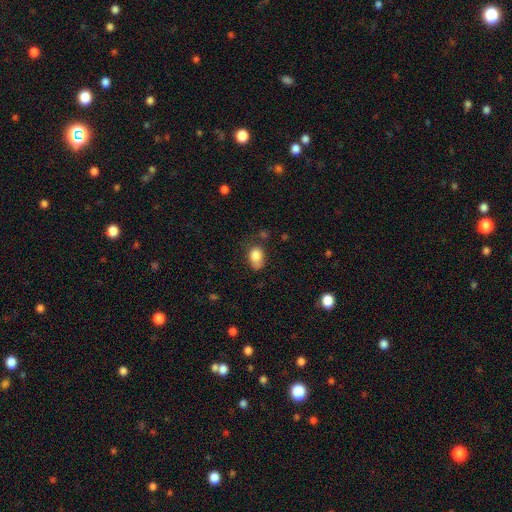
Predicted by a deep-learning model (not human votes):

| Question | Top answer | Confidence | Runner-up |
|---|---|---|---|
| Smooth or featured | smooth | 83% | star or artifact (9%) |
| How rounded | in between | 78% | round (20%) |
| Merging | none | 49% | minor disturbance (33%) |